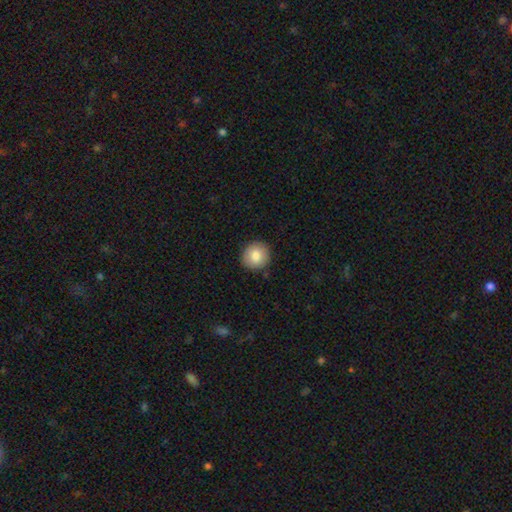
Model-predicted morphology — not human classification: A smooth galaxy with no disk features (84%) that is round (89%).

Vote fractions:
- Smooth or featured? smooth: 84% / featured or disk: 9% / star or artifact: 8%
- How rounded? round: 89% / in between: 10% / cigar-shaped: 1%
- Merging? none: 90% / minor disturbance: 7% / major disturbance: 2% / merger: 1%